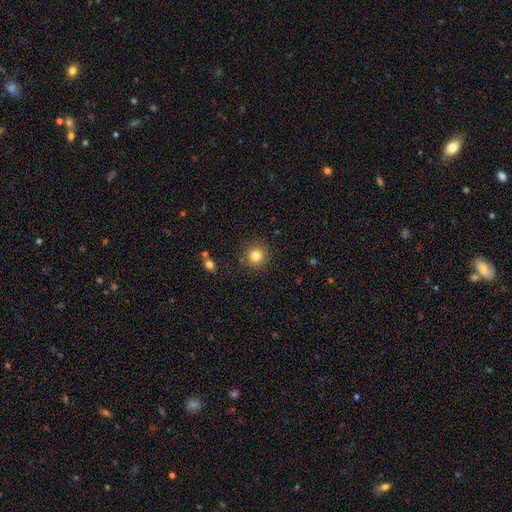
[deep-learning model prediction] Overall: smooth (82%). How rounded: round (93%). Merging: none (88%).